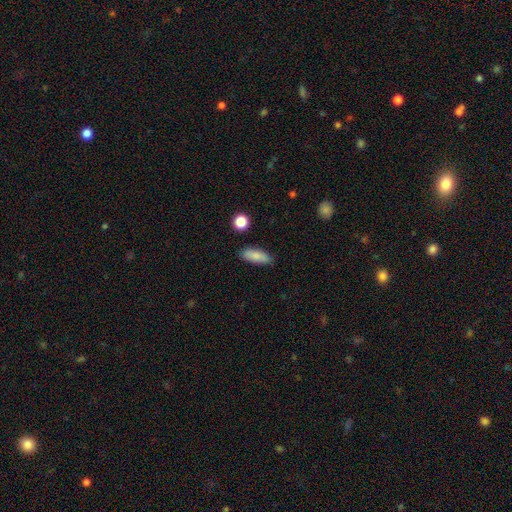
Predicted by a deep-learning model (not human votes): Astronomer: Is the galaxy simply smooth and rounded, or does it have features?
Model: smooth — 84%.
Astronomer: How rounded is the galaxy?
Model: in between — 70%.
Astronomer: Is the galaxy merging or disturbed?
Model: none — 85%.